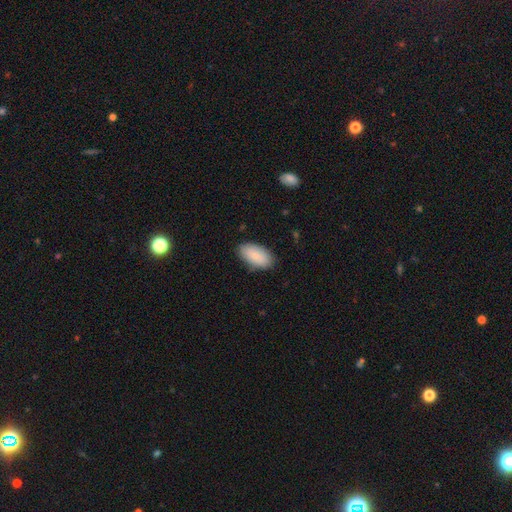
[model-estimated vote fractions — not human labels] This is clearly a smooth galaxy (85%). How rounded: clearly in between (95%). Merging: clearly none (84%).